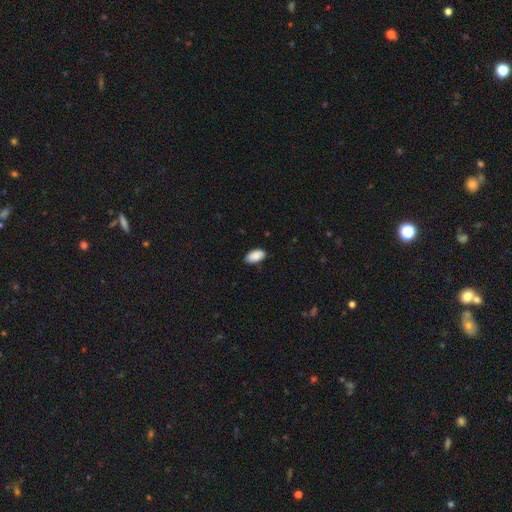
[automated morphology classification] Overall: smooth (89%). How rounded: in between (95%). Merging: none (84%).